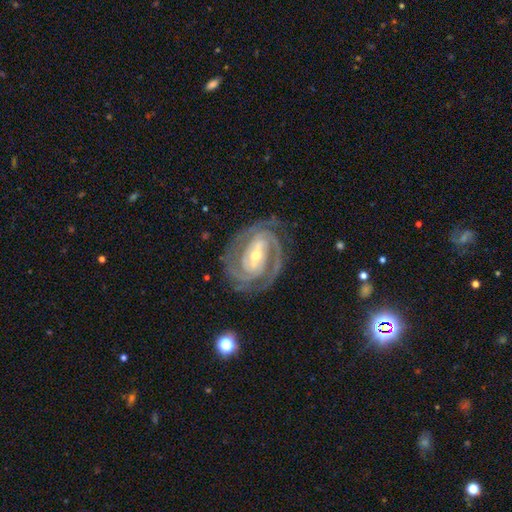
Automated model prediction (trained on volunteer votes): A featured or disk galaxy (92%) with a strong bar (52%), 2 (54%) tight (72%) spiral arms (98%) and a small central bulge (52%). Merging: none (80%).